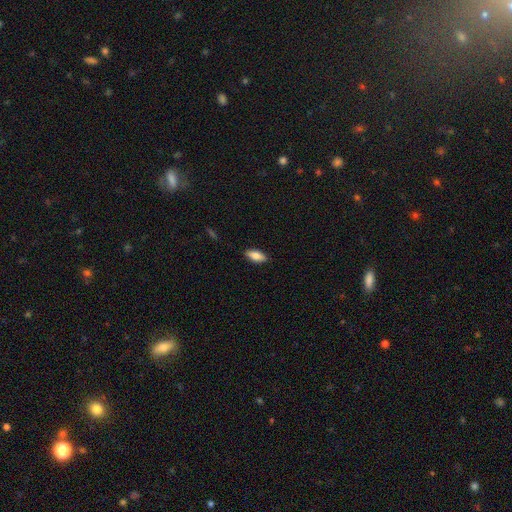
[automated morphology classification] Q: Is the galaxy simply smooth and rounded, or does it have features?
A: smooth — 81%.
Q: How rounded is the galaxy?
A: in between — 84%.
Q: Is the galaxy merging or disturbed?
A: none — 88%.